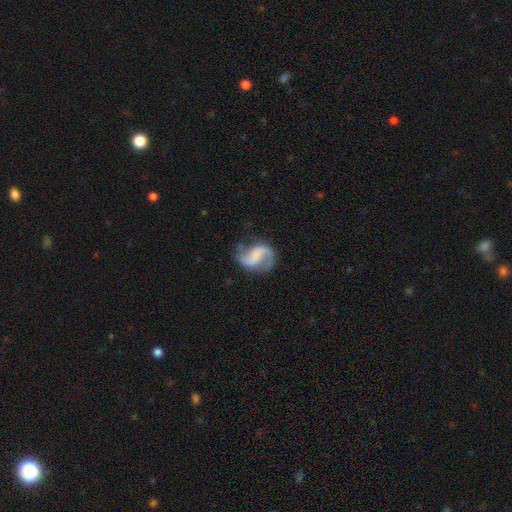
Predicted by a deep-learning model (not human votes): This appears to be a featured or disk galaxy (83%) with a weak bar (41%), 2 (91%) loose (51%) spiral arms (96%) and no central bulge (58%). Merging: none (71%).